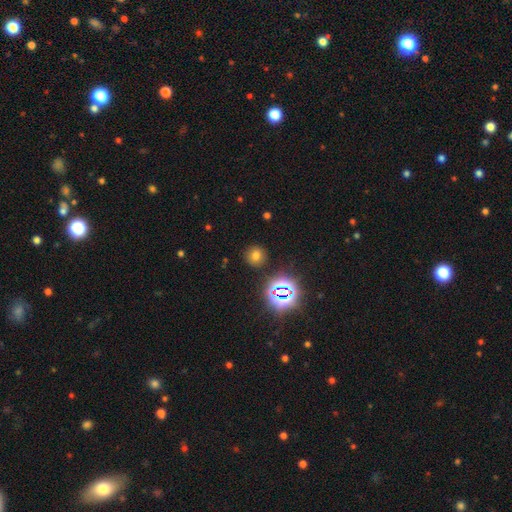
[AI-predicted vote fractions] Morphology: type=smooth (66%); roundness=round (92%); merging=none (88%).